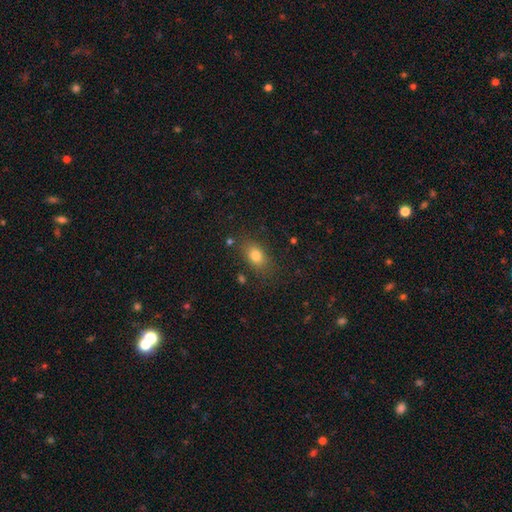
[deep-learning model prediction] smooth-or-featured: smooth: 78% | star or artifact: 11% | featured or disk: 11%
  how-rounded: in between: 77% | round: 20% | cigar-shaped: 3%
  merging: none: 79% | minor disturbance: 14% | major disturbance: 5% | merger: 3%